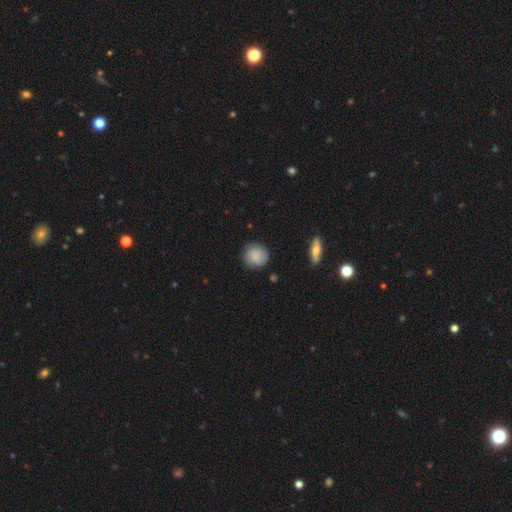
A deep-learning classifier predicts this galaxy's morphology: Smooth or featured: smooth — 84% (featured or disk — 9%)
How rounded: round — 86% (in between — 13%)
Merging: none — 83% (minor disturbance — 13%)